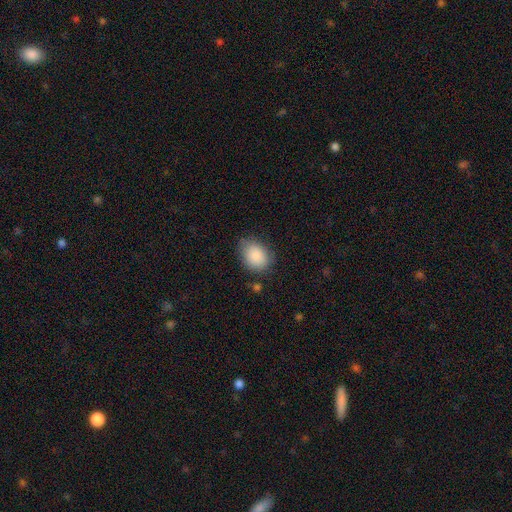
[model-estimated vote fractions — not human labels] Q: Smooth or featured?
A: smooth (88%); runner-up: star or artifact (7%)
Q: How rounded?
A: in between (68%); runner-up: round (30%)
Q: Merging?
A: none (72%); runner-up: minor disturbance (21%)